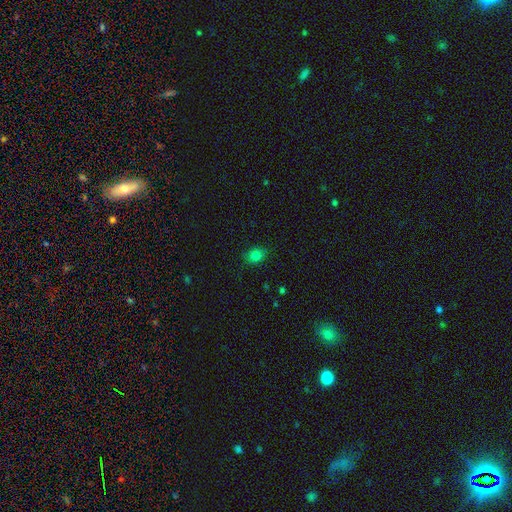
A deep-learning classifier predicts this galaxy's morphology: type=smooth (81%); roundness=in between (55%); merging=none (84%).